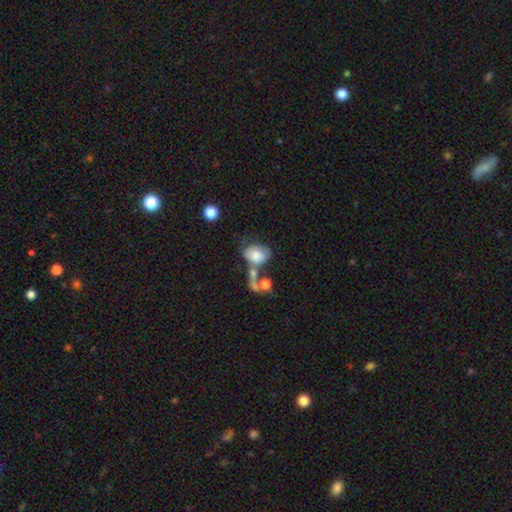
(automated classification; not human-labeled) Q: Smooth or featured?
A: smooth (64%); runner-up: featured or disk (27%)
Q: How rounded?
A: in between (78%); runner-up: round (21%)
Q: Merging?
A: merger (40%); runner-up: major disturbance (22%)